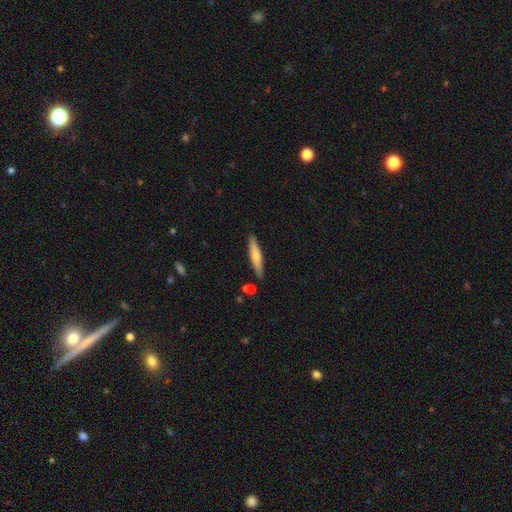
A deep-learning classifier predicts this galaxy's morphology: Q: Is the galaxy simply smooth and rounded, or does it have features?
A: smooth — 61%.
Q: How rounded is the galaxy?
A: cigar-shaped — 89%.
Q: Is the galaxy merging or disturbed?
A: none — 86%.